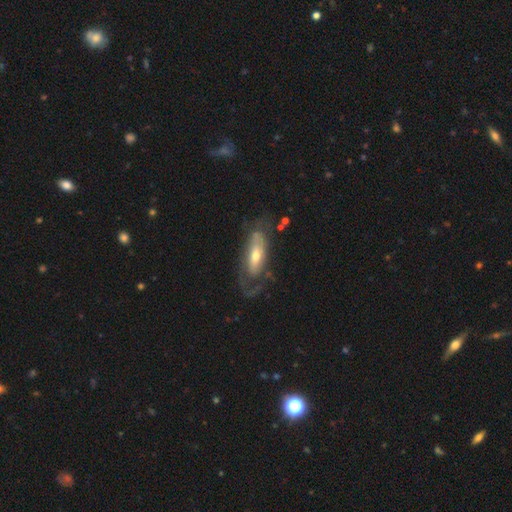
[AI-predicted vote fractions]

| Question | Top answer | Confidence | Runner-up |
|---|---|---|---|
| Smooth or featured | featured or disk | 64% | smooth (30%) |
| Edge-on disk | no | 80% | yes (20%) |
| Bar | no | 64% | weak (25%) |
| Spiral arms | yes | 65% | no (35%) |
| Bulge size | moderate | 60% | small (29%) |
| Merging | none | 47% | major disturbance (28%) |